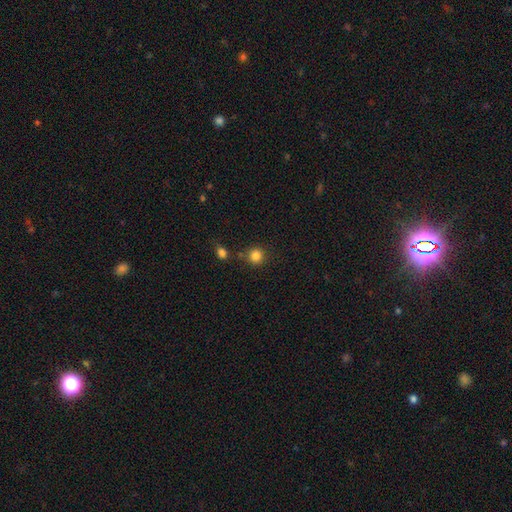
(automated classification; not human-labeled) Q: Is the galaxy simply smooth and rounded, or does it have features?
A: smooth — 85%.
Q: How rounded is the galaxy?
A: round — 92%.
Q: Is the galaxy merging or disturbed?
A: none — 78%.